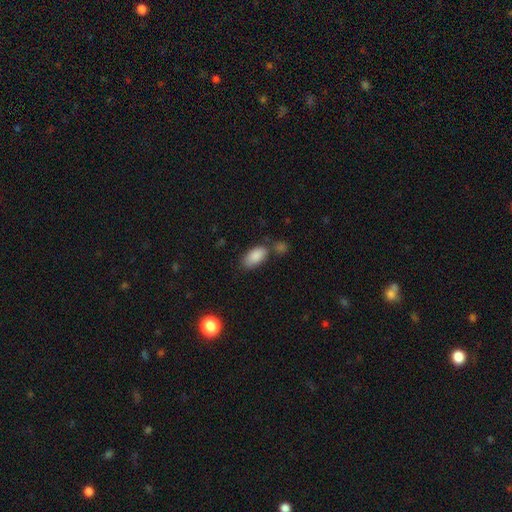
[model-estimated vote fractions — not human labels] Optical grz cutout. It shows a smooth galaxy with no disk features (88%) that is in between round and cigar-shaped (92%). Merging: none (65%).